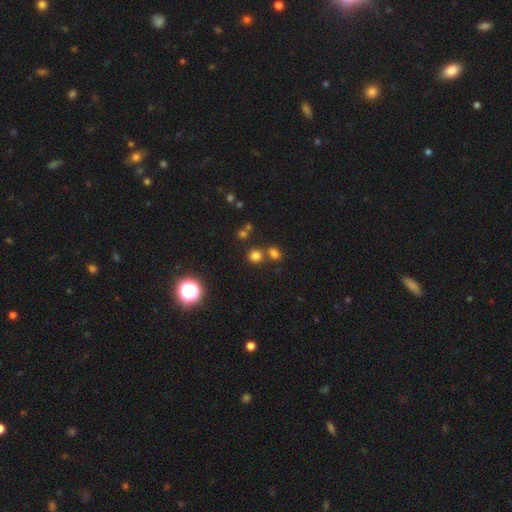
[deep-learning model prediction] Smooth or featured? Predicted: smooth (p=0.74). How rounded? Predicted: round (p=0.82). Merging? Predicted: none (p=0.68).